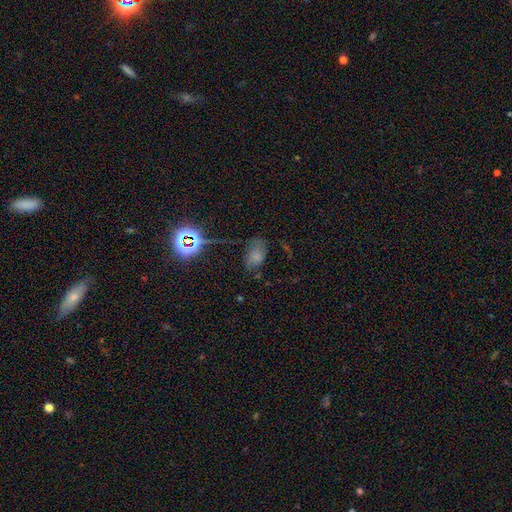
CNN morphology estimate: A smooth galaxy with no disk features (55%) that is in between round and cigar-shaped (87%). Merging: none (52%).